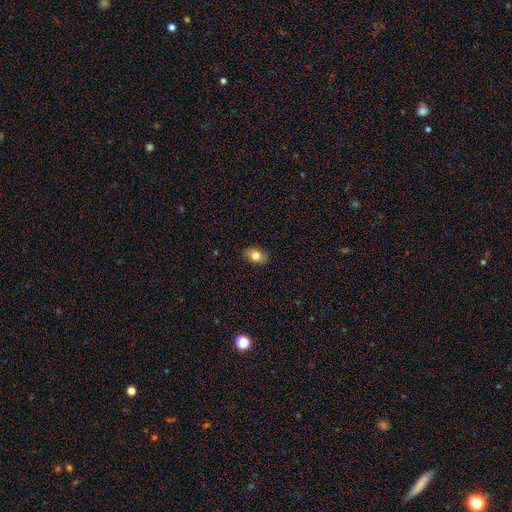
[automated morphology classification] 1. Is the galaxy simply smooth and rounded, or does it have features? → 82% smooth, 9% featured or disk, 9% star or artifact.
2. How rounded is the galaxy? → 79% in between, 20% round, 1% cigar-shaped.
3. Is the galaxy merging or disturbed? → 87% none, 10% minor disturbance, 2% major disturbance, 1% merger.